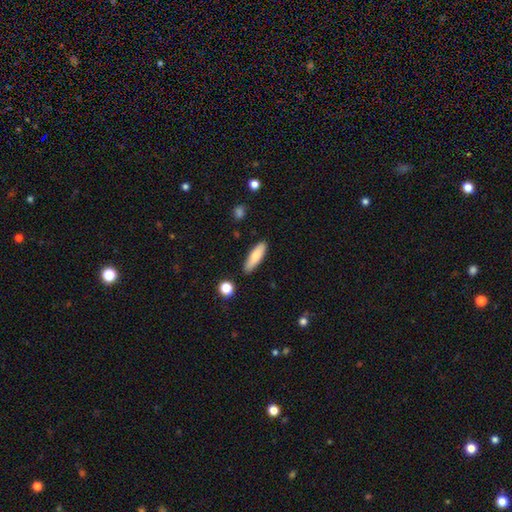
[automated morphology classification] smooth_or_featured: smooth (p=0.77) [alt: featured or disk p=0.16]
how_rounded: cigar-shaped (p=0.59) [alt: in between p=0.39]
merging: none (p=0.85) [alt: minor disturbance p=0.10]